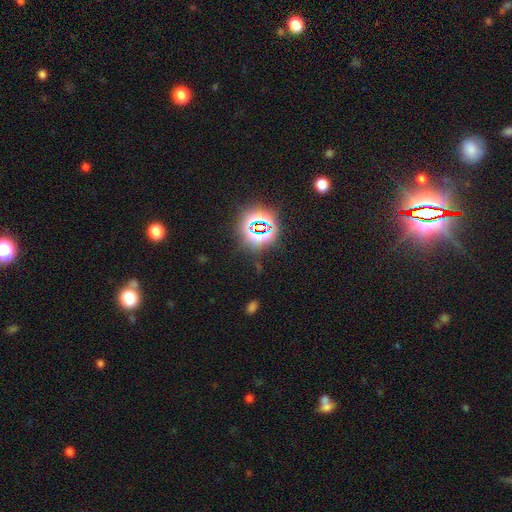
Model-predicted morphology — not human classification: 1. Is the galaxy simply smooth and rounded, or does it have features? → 78% star or artifact, 14% smooth, 8% featured or disk.